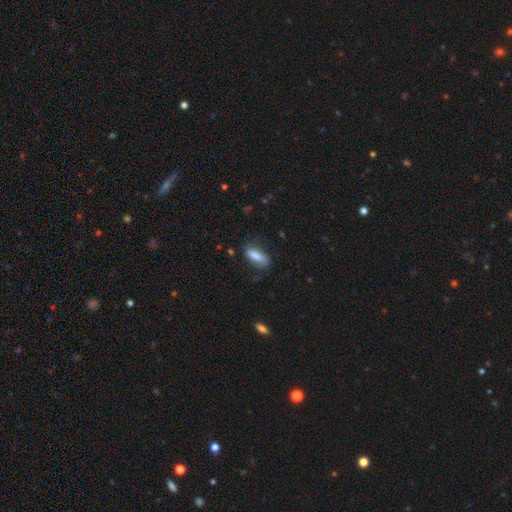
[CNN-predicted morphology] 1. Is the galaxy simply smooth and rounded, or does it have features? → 80% smooth, 13% featured or disk, 7% star or artifact.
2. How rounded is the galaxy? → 66% in between, 32% cigar-shaped, 2% round.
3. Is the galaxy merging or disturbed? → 72% none, 20% minor disturbance, 6% major disturbance, 2% merger.